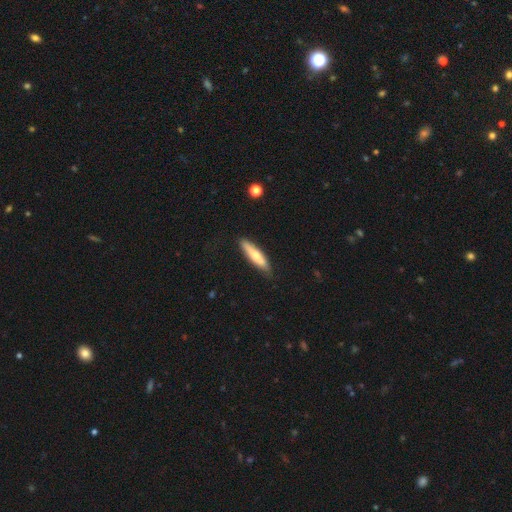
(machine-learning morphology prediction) smooth-or-featured: smooth: 67% | featured or disk: 28% | star or artifact: 5%
  how-rounded: cigar-shaped: 80% | in between: 19% | round: 1%
  merging: none: 84% | minor disturbance: 13% | major disturbance: 2% | merger: 1%